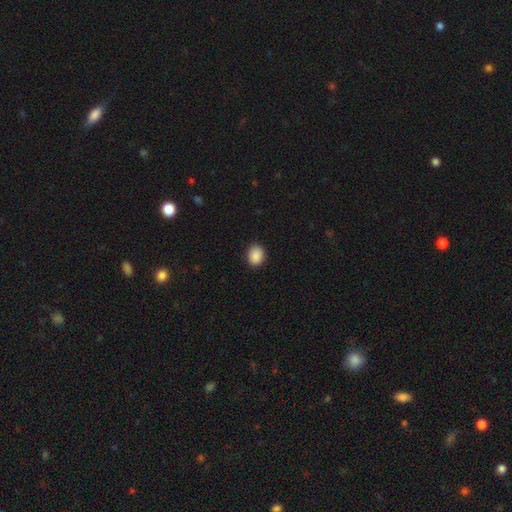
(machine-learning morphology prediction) Smooth or featured? smooth (89%)
How rounded? round (50%)
Merging? none (88%)